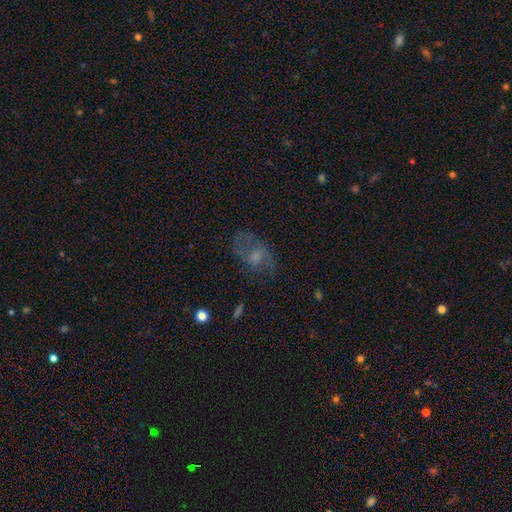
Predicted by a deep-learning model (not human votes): featured or disk 52%, smooth 35%, star or artifact 14%. Down the decision tree: edge-on disk — no (95%); merging — none (55%).